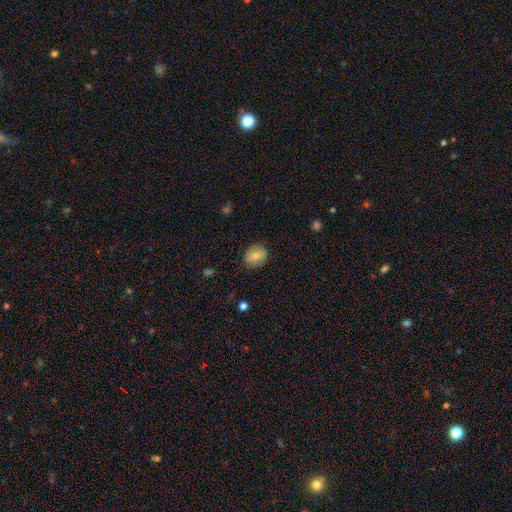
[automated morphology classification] The model was most divided on "how rounded": round: 56%, in between: 43%, cigar-shaped: 1%. More confident: merging — none (83%); smooth or featured — smooth (74%).